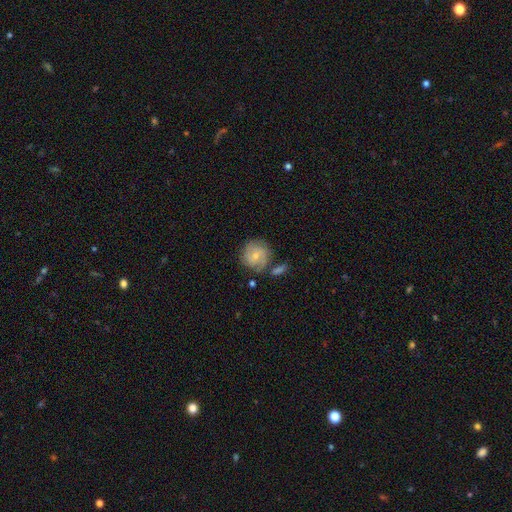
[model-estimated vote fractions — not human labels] smooth-or-featured: featured or disk: 63% | smooth: 29% | star or artifact: 7%
  disk-edge-on: no: 97% | yes: 3%
    bar: no: 69% | weak: 27% | strong: 4%
    has-spiral-arms: yes: 88% | no: 12%
      spiral-winding: tight: 54% | medium: 34% | loose: 11%
      spiral-arm-count: 2: 34% | 3: 27% | can't tell: 25% | 4: 6% | 1: 5% | more than 4: 4%
    bulge-size: small: 56% | moderate: 40% | none: 2% | large: 1% | dominant: 1%
  merging: none: 62% | minor disturbance: 20% | merger: 11% | major disturbance: 7%